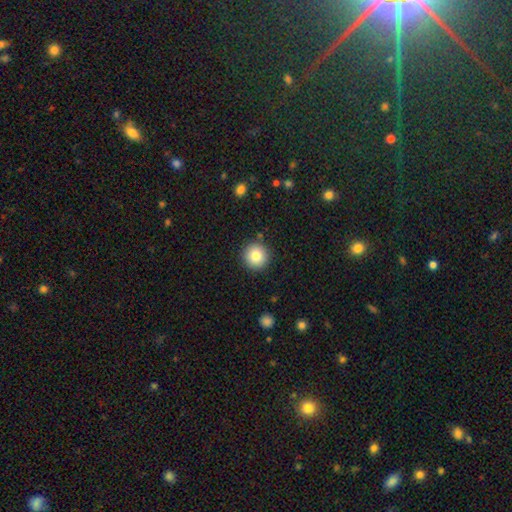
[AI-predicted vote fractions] Smooth or featured?
  - smooth: 82% *
  - star or artifact: 10%
  - featured or disk: 8%
How rounded?
  - round: 95% *
  - in between: 4%
  - cigar-shaped: 1%
Merging?
  - none: 90% *
  - minor disturbance: 6%
  - major disturbance: 2%
  - merger: 2%